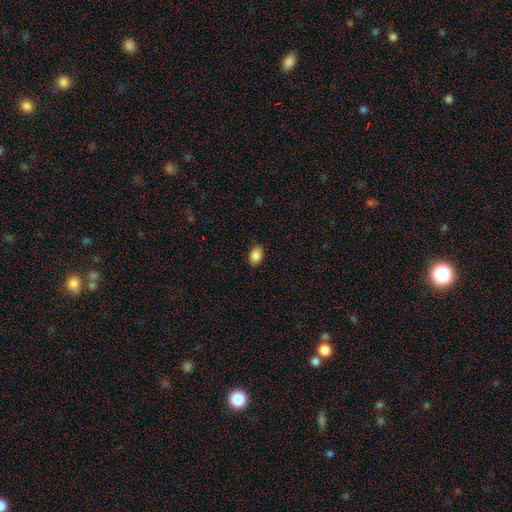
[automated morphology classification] Q: Smooth or featured?
A: smooth (87%); runner-up: star or artifact (8%)
Q: How rounded?
A: in between (85%); runner-up: round (13%)
Q: Merging?
A: none (86%); runner-up: minor disturbance (11%)